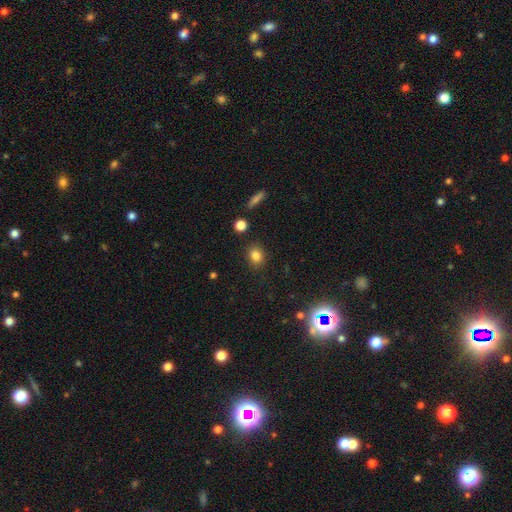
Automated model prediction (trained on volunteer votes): The model was most divided on "how rounded": round: 63%, in between: 36%, cigar-shaped: 2%. More confident: merging — none (87%); smooth or featured — smooth (83%).